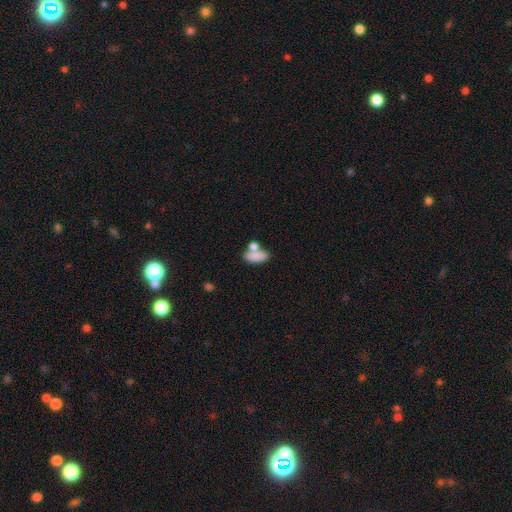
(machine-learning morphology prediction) smooth-or-featured: smooth: 82% | featured or disk: 10% | star or artifact: 8%
  how-rounded: in between: 86% | cigar-shaped: 8% | round: 6%
  merging: none: 45% | merger: 35% | minor disturbance: 14% | major disturbance: 6%